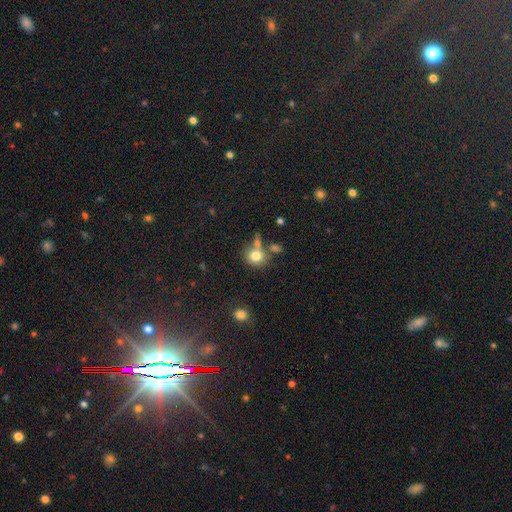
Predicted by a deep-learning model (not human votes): This appears to be a smooth galaxy with no disk features (78%) that is round (76%). Merging: none (56%).